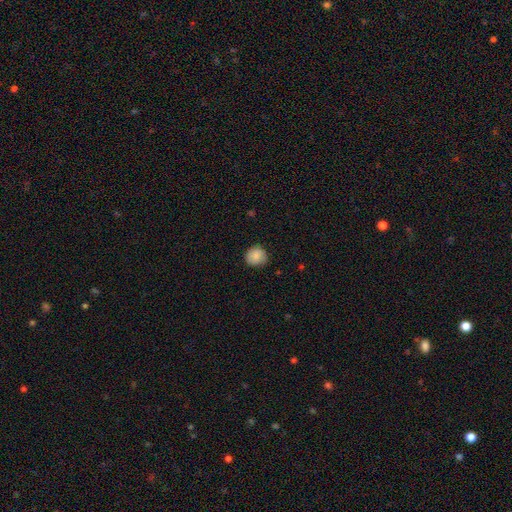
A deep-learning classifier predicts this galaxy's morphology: smooth-or-featured: smooth: 85% | star or artifact: 8% | featured or disk: 7%
  how-rounded: round: 88% | in between: 11% | cigar-shaped: 1%
  merging: none: 80% | minor disturbance: 16% | major disturbance: 3% | merger: 1%